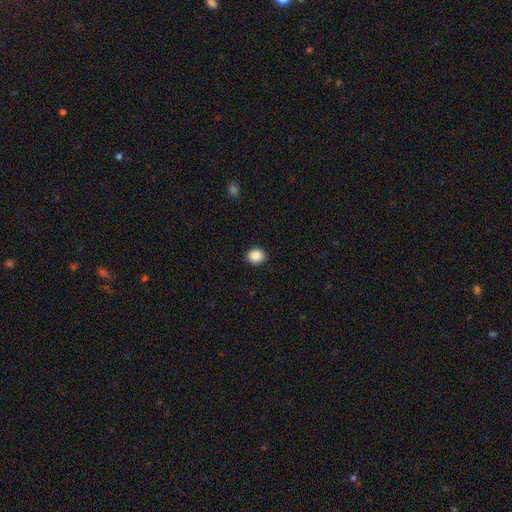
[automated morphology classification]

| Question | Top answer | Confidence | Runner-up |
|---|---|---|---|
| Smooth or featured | smooth | 89% | star or artifact (9%) |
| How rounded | round | 64% | in between (35%) |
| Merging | none | 91% | minor disturbance (6%) |